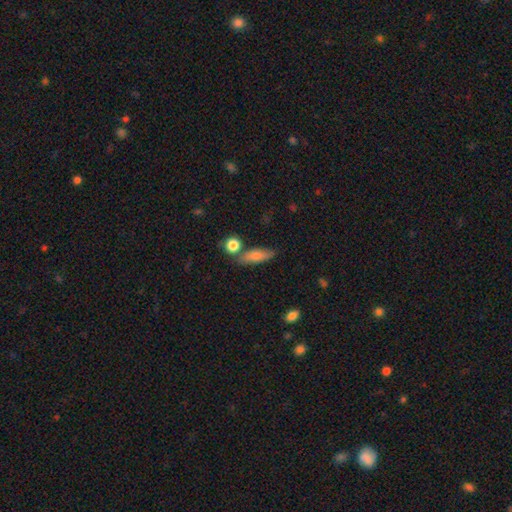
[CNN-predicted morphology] Smooth or featured? smooth (76%)
How rounded? in between (51%)
Merging? none (71%)